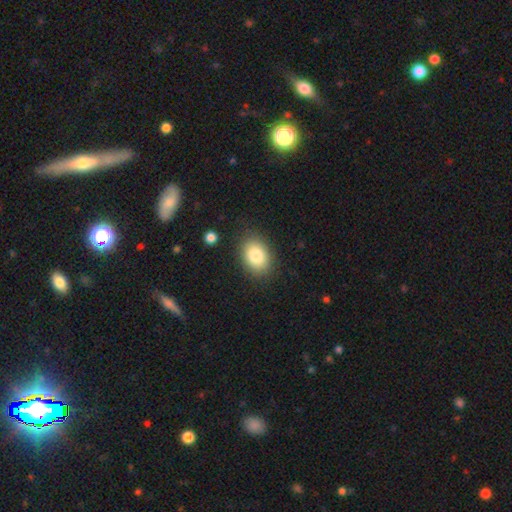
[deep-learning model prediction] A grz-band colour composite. It shows a smooth galaxy with no disk features (83%) that is in between round and cigar-shaped (77%). Merging: none (85%).